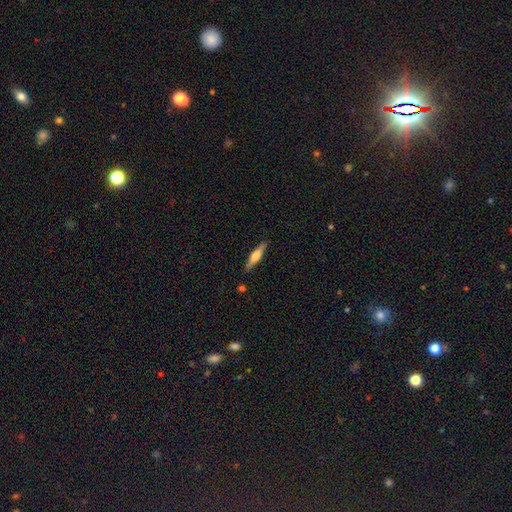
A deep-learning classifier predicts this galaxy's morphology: A featured or disk galaxy (60%) viewed edge-on (96%) with a rounded central bulge (91%).

Vote fractions:
- Smooth or featured? featured or disk: 60% / smooth: 35% / star or artifact: 5%
- Edge-on disk? yes: 96% / no: 4%
- Edge-on bulge? rounded: 91% / boxy: 6% / none: 3%
- Merging? none: 88% / minor disturbance: 9% / major disturbance: 2% / merger: 2%